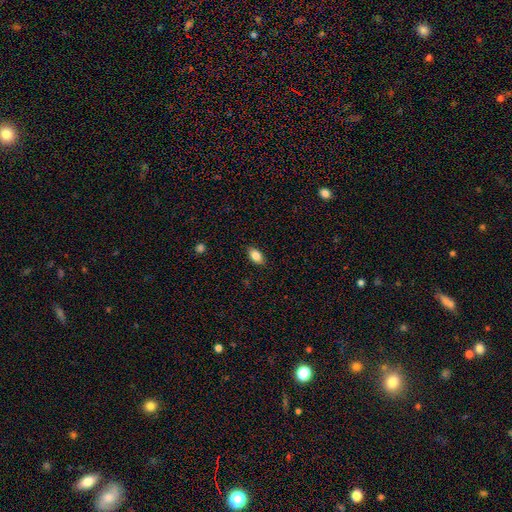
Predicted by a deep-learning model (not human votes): Smooth or featured?
  - smooth: 83% *
  - featured or disk: 9%
  - star or artifact: 8%
How rounded?
  - in between: 89% *
  - round: 7%
  - cigar-shaped: 4%
Merging?
  - none: 86% *
  - minor disturbance: 11%
  - major disturbance: 2%
  - merger: 1%